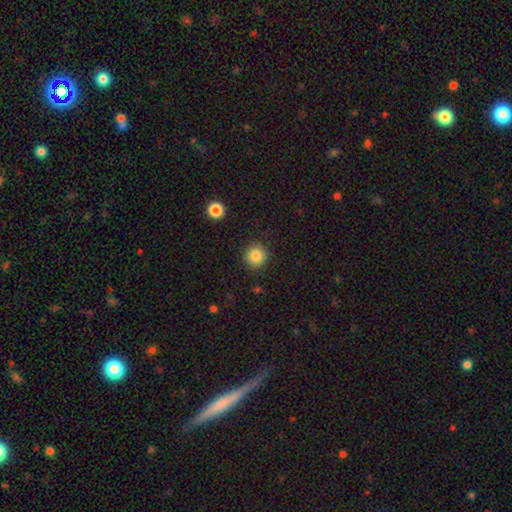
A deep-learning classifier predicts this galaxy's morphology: Overall: smooth (85%). How rounded: round (93%). Merging: none (90%).